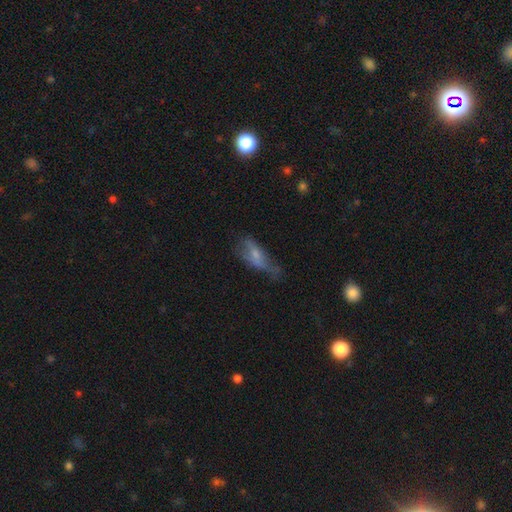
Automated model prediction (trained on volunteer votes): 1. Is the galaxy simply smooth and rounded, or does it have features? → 53% smooth, 37% featured or disk, 10% star or artifact.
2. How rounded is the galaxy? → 70% in between, 26% cigar-shaped, 3% round.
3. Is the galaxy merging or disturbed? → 33% none (tied), 33% minor disturbance (tied), 31% major disturbance, 4% merger.